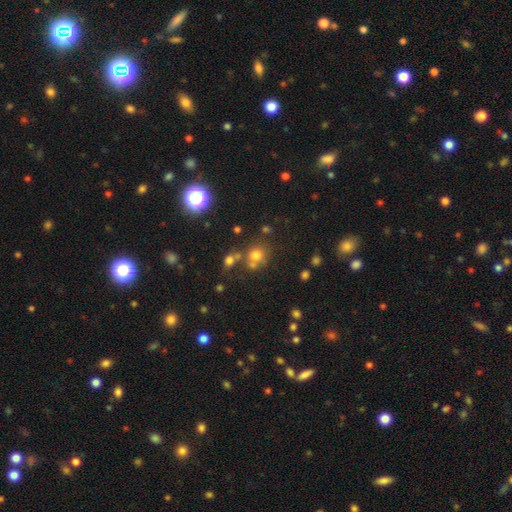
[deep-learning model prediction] Smooth or featured? smooth (68%)
How rounded? round (82%)
Merging? none (60%)